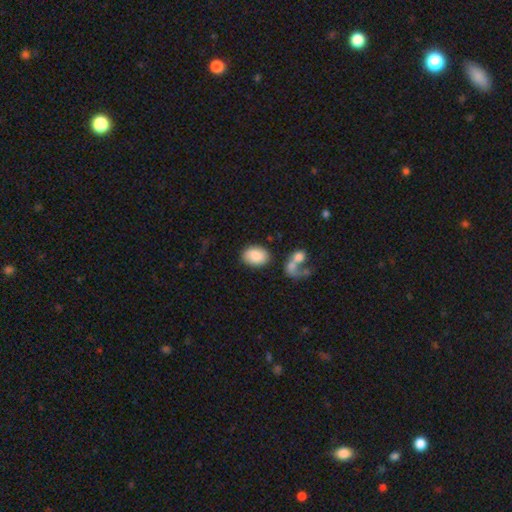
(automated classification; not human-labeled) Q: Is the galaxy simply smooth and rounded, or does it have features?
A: smooth — 81%.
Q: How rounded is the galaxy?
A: in between — 79%.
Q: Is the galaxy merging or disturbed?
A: none — 74%.